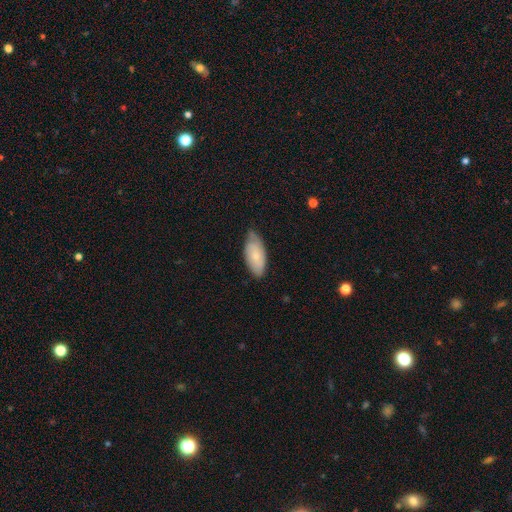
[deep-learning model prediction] This appears to be a smooth galaxy with no disk features (67%) that is in between round and cigar-shaped (89%). Merging: none (65%).